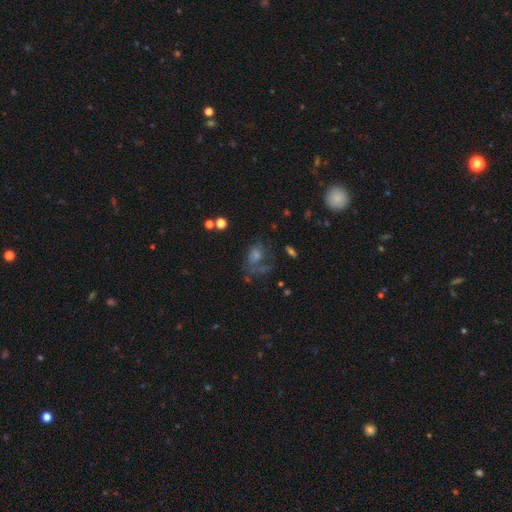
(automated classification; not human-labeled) smooth_or_featured: featured or disk (p=0.43) [alt: smooth p=0.30]
merging: none (p=0.44) [alt: major disturbance p=0.32]